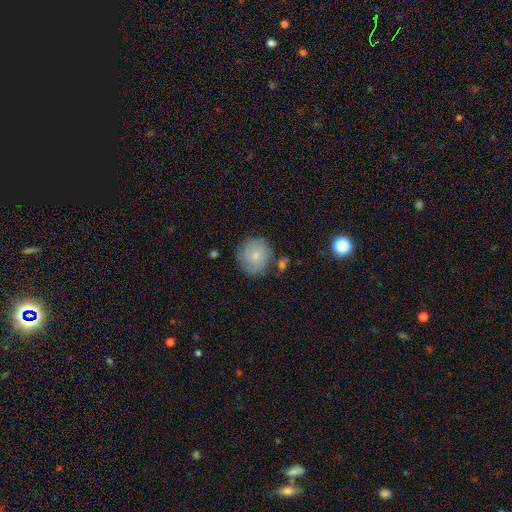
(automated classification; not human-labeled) smooth-or-featured: smooth: 67% | featured or disk: 25% | star or artifact: 8%
  how-rounded: round: 88% | in between: 11% | cigar-shaped: 1%
  merging: none: 77% | minor disturbance: 15% | major disturbance: 4% | merger: 4%